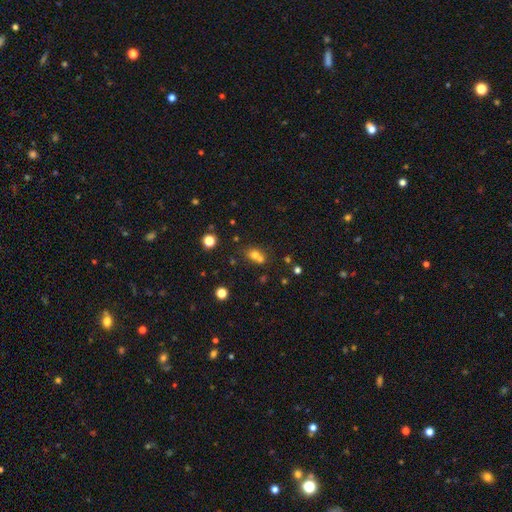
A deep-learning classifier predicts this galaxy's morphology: smooth 66%, star or artifact 20%, featured or disk 15%. Down the decision tree: how rounded — round (61%); merging — merger (54%).